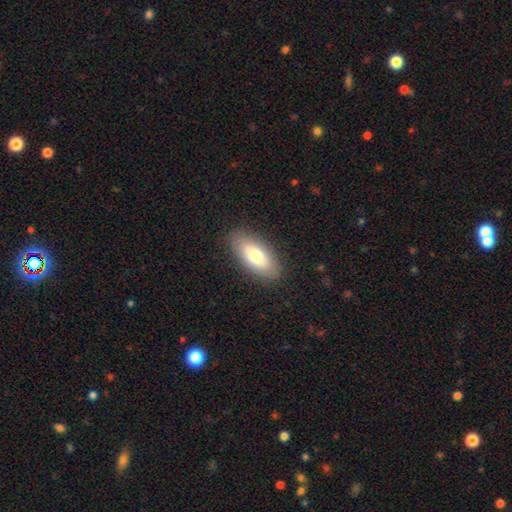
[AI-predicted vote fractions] Smooth or featured?
  - smooth: 76% *
  - featured or disk: 17%
  - star or artifact: 7%
How rounded?
  - in between: 85% *
  - cigar-shaped: 13%
  - round: 2%
Merging?
  - none: 88% *
  - minor disturbance: 9%
  - major disturbance: 2%
  - merger: 1%